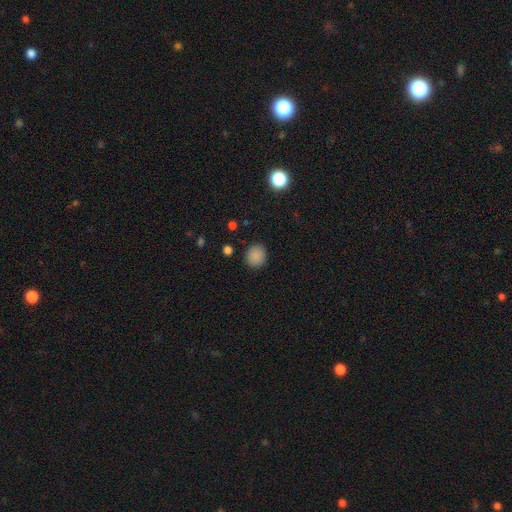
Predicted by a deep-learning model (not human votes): Smooth or featured? smooth (87%)
How rounded? round (86%)
Merging? none (89%)